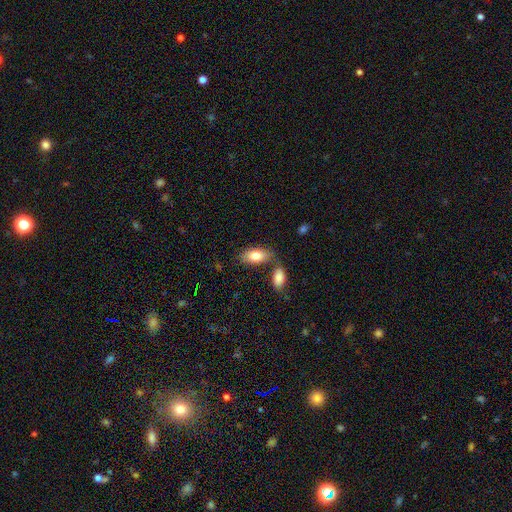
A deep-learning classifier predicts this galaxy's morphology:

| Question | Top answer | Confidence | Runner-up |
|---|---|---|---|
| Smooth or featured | smooth | 80% | featured or disk (14%) |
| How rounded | in between | 92% | cigar-shaped (5%) |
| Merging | none | 61% | merger (22%) |